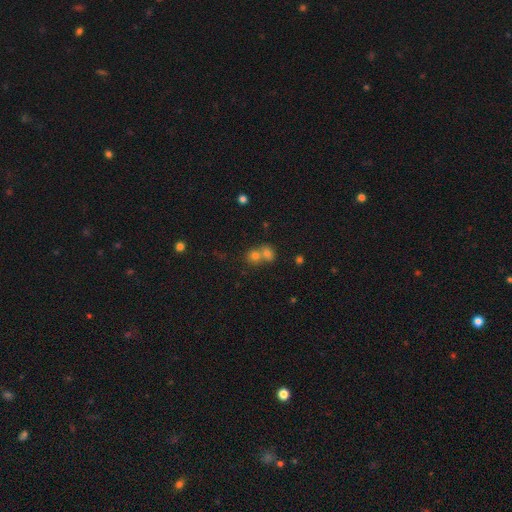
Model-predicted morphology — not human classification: type=smooth (70%); roundness=round (76%); merging=merger (54%).